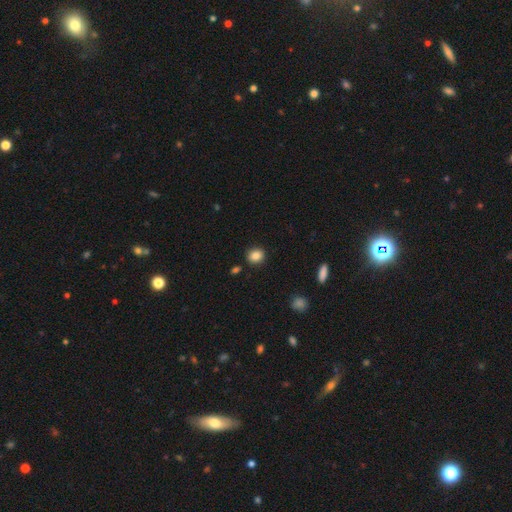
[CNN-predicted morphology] Smooth or featured? Predicted: smooth (p=0.86). How rounded? Predicted: round (p=0.65). Merging? Predicted: none (p=0.88).